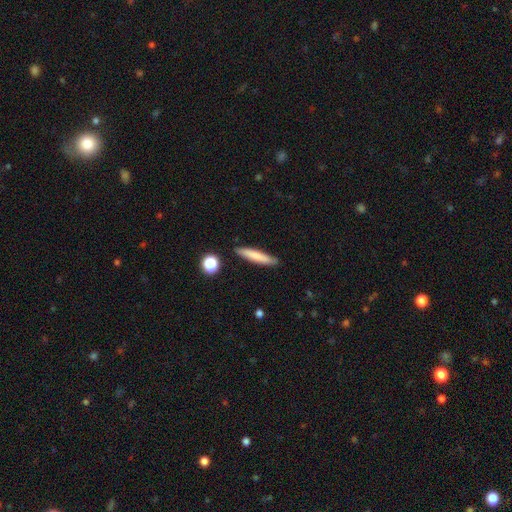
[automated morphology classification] This appears to be a smooth galaxy with no disk features (76%) that is cigar-shaped (90%). Merging: none (87%).